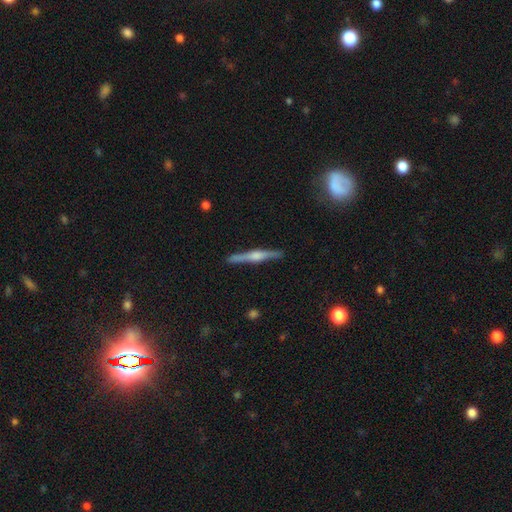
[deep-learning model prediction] This is likely a featured or disk galaxy (74%). It is clearly viewed edge-on (98%). Edge-on bulge: clearly rounded (81%). Merging: clearly none (90%).